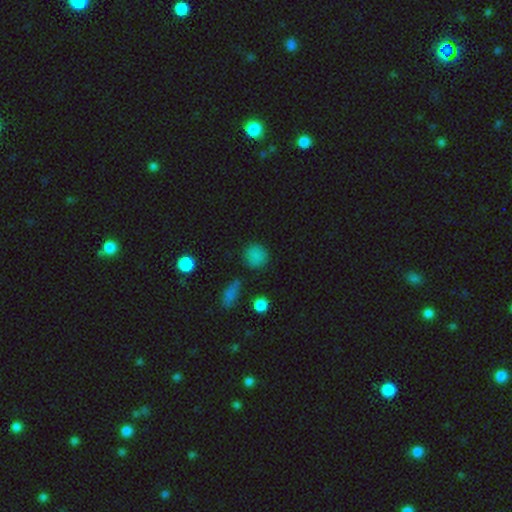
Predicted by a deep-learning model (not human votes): smooth-or-featured: smooth: 80% | star or artifact: 14% | featured or disk: 5%
  how-rounded: round: 90% | in between: 9% | cigar-shaped: 2%
  merging: none: 81% | minor disturbance: 11% | merger: 4% | major disturbance: 4%